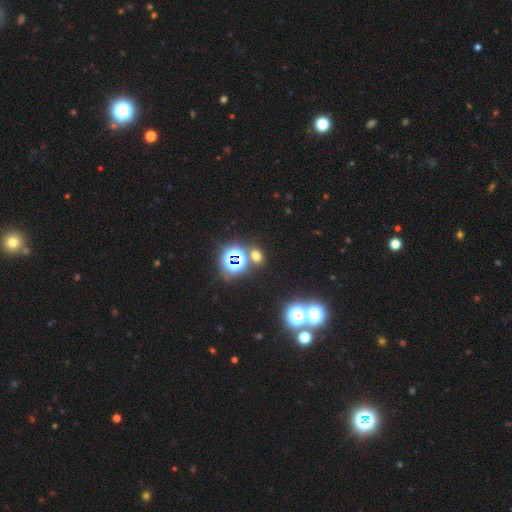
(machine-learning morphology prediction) Q: Smooth or featured?
A: smooth (50%); runner-up: star or artifact (43%)
Q: How rounded?
A: in between (51%); runner-up: round (47%)
Q: Merging?
A: none (75%); runner-up: merger (12%)